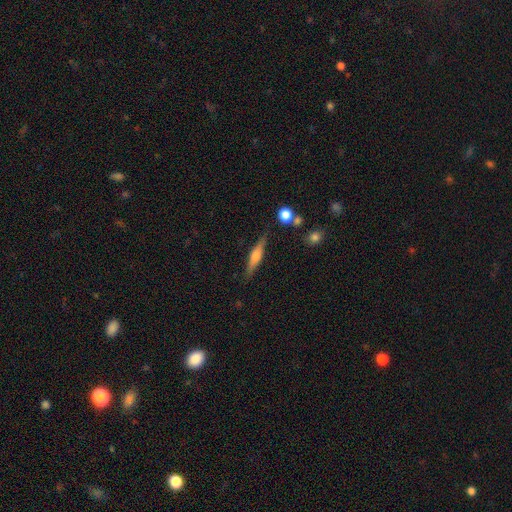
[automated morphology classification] featured or disk 60%, smooth 33%, star or artifact 7%. Down the decision tree: edge-on disk — yes (96%); edge-on bulge — rounded (80%); merging — none (86%).